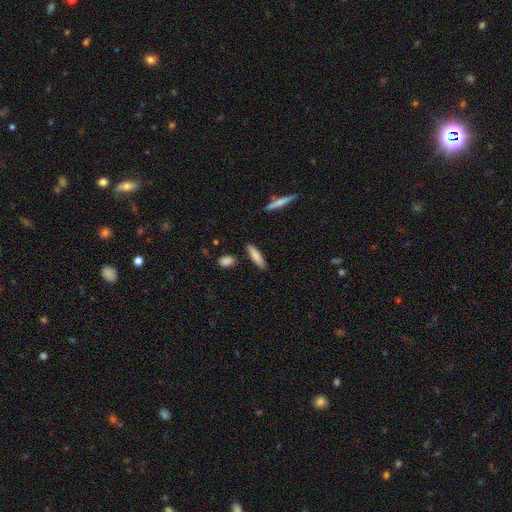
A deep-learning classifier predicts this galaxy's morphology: This is clearly a smooth galaxy (81%). How rounded: likely cigar-shaped (73%). Merging: clearly none (85%).